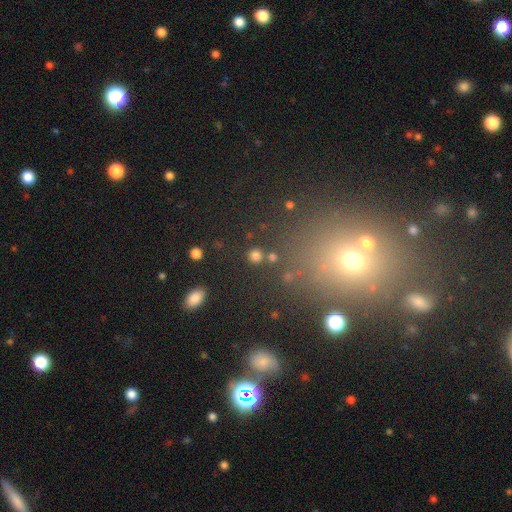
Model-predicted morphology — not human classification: Smooth or featured?
  - smooth: 80% *
  - star or artifact: 15%
  - featured or disk: 5%
How rounded?
  - round: 93% *
  - in between: 6%
  - cigar-shaped: 1%
Merging?
  - none: 86% *
  - minor disturbance: 6%
  - merger: 6%
  - major disturbance: 3%